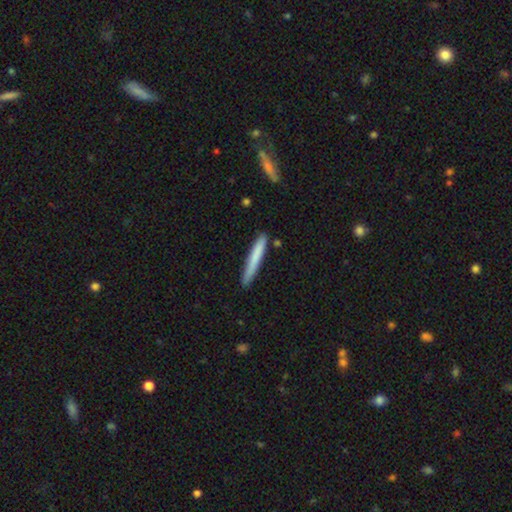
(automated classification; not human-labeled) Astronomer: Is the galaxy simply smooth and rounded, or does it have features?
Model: smooth — 76%.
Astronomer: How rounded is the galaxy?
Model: cigar-shaped — 96%.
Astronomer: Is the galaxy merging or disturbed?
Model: none — 85%.